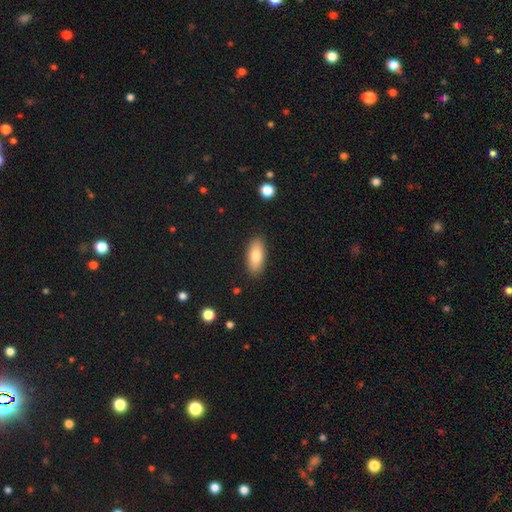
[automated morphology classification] The model was most divided on "smooth or featured": smooth: 80%, featured or disk: 14%, star or artifact: 7%. More confident: merging — none (88%); how rounded — in between (83%).